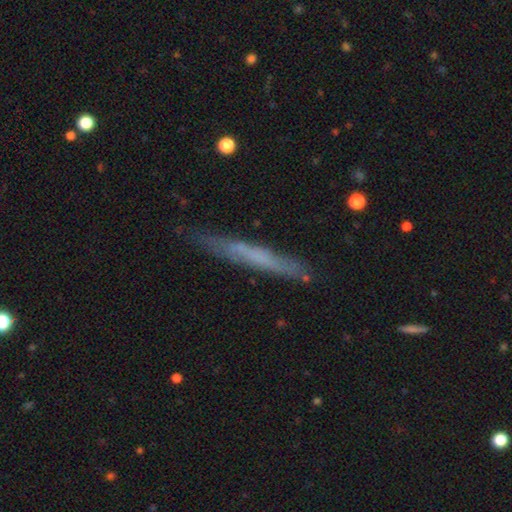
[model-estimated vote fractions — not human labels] This is possibly a smooth galaxy (47%). Merging: clearly none (80%).